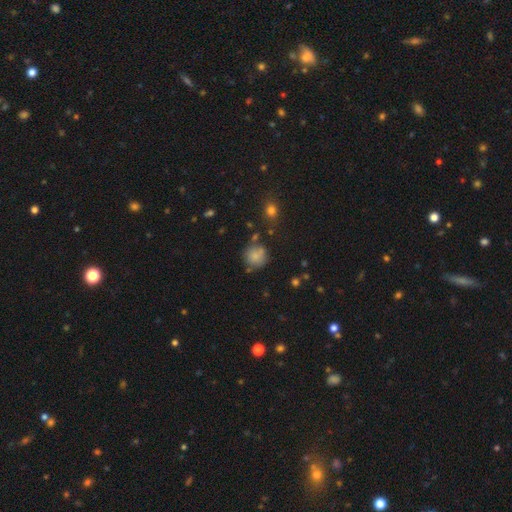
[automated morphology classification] smooth 78%, star or artifact 11%, featured or disk 11%. Down the decision tree: how rounded — round (91%); merging — none (71%).